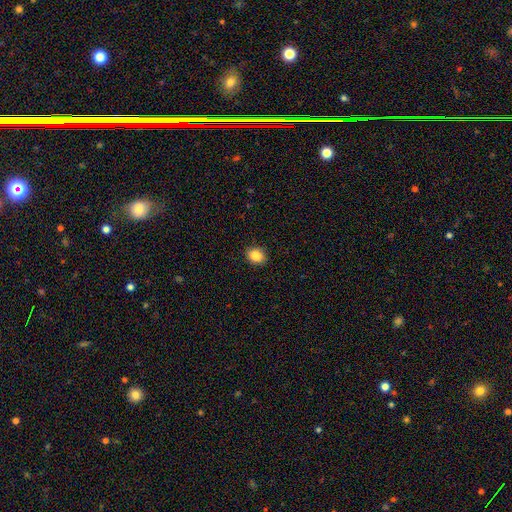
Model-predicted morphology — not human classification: Smooth or featured?
  - smooth: 87% *
  - star or artifact: 9%
  - featured or disk: 4%
How rounded?
  - round: 54% *
  - in between: 45%
  - cigar-shaped: 1%
Merging?
  - none: 90% *
  - minor disturbance: 7%
  - major disturbance: 2%
  - merger: 1%